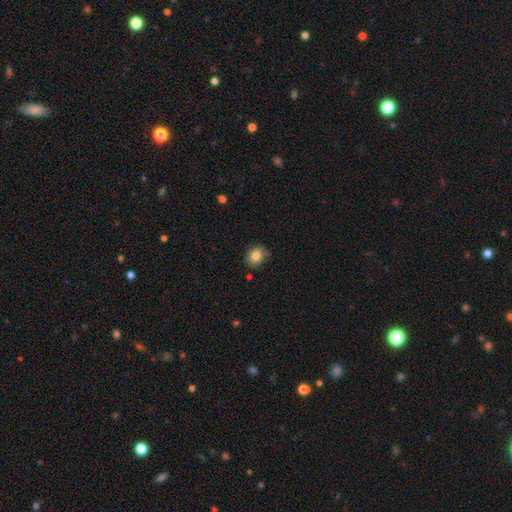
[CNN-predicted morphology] smooth 84%, star or artifact 9%, featured or disk 6%. Down the decision tree: how rounded — round (65%); merging — none (76%).